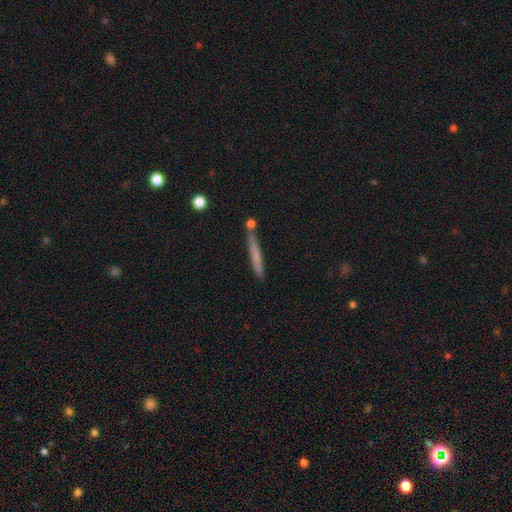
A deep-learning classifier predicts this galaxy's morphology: Smooth or featured? Predicted: smooth (p=0.64). How rounded? Predicted: cigar-shaped (p=0.96). Merging? Predicted: none (p=0.78).